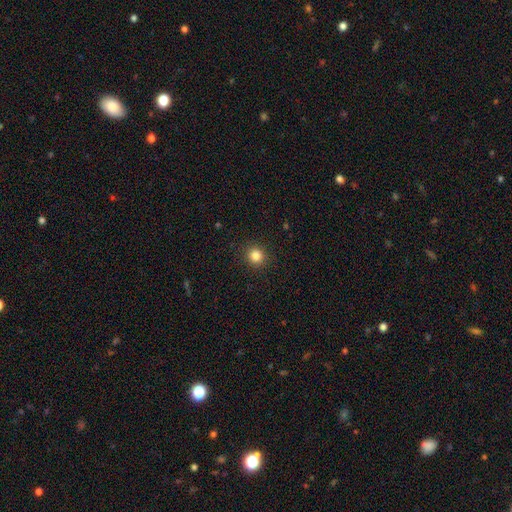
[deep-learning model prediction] A smooth galaxy with no disk features (84%) that is round (91%).

Vote fractions:
- Smooth or featured? smooth: 84% / star or artifact: 12% / featured or disk: 5%
- How rounded? round: 91% / in between: 8% / cigar-shaped: 1%
- Merging? none: 92% / minor disturbance: 5% / major disturbance: 2% / merger: 1%